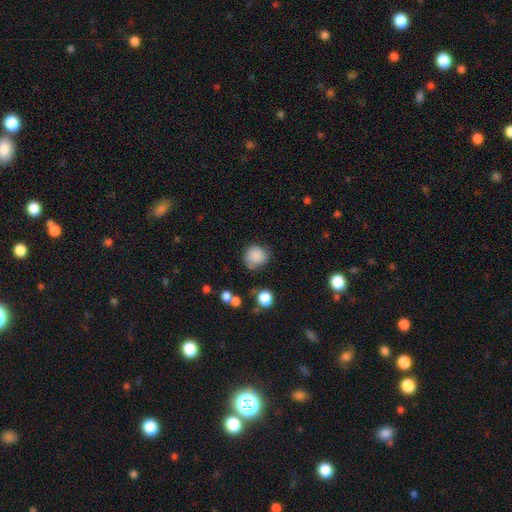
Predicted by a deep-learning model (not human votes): This appears to be a smooth galaxy with no disk features (84%) that is round (86%). Merging: none (67%).